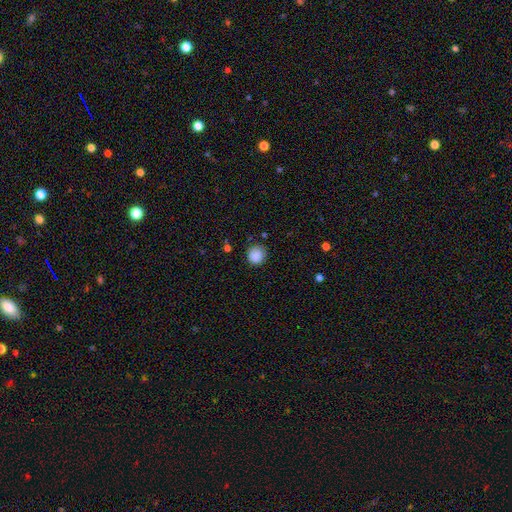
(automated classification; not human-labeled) A smooth galaxy with no disk features (88%) that is round (88%). Merging: none (82%).